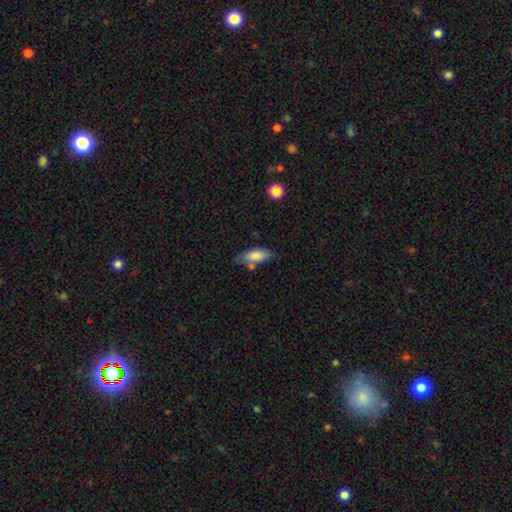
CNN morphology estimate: The model was most divided on "merging": none: 59%, minor disturbance: 22%, merger: 14%, major disturbance: 5%. More confident: smooth or featured — smooth (81%); how rounded — in between (79%).